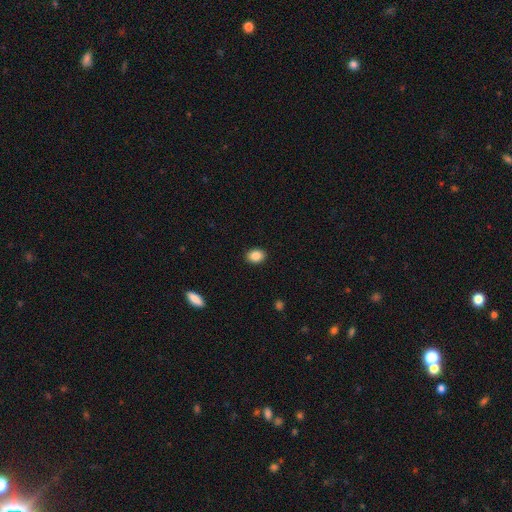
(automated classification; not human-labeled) Smooth or featured? smooth (87%)
How rounded? in between (62%)
Merging? none (91%)